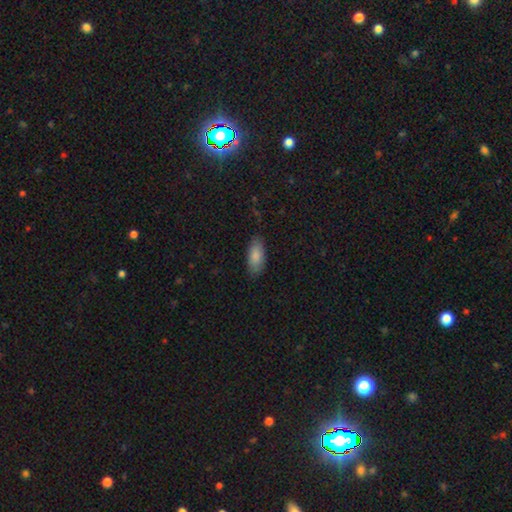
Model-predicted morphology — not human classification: Smooth or featured? smooth (87%)
How rounded? in between (87%)
Merging? none (85%)